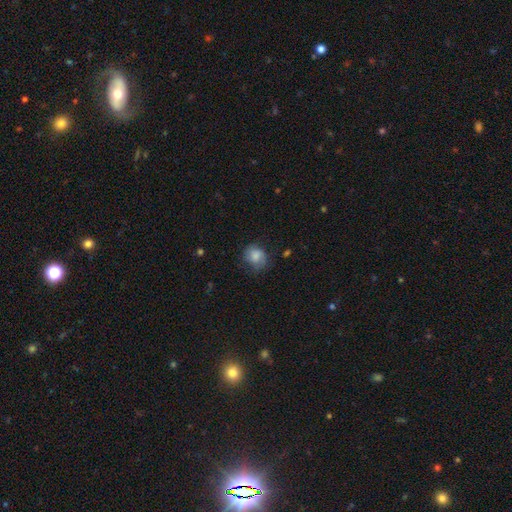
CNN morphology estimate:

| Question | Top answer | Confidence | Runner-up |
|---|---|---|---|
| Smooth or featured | smooth | 78% | featured or disk (14%) |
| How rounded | round | 66% | in between (33%) |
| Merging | none | 60% | minor disturbance (27%) |